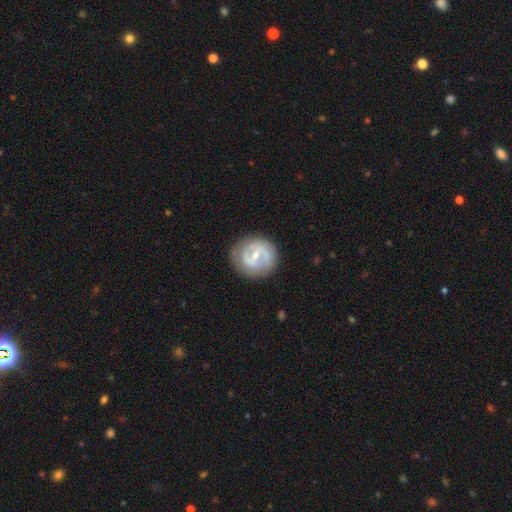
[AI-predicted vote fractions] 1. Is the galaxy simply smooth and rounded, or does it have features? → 72% featured or disk, 23% smooth, 5% star or artifact.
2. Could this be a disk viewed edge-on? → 97% no, 3% yes.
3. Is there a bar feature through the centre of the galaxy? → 48% weak, 36% strong, 17% no.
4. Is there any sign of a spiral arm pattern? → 73% yes, 27% no.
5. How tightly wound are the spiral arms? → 42% medium, 38% tight, 21% loose.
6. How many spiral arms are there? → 74% 2, 15% can't tell, 6% 1, 3% 3, 1% 4, 1% more than 4.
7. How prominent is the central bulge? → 58% small, 33% moderate, 5% none, 2% large, 1% dominant.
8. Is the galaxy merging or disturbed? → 80% none, 13% minor disturbance, 5% major disturbance, 1% merger.